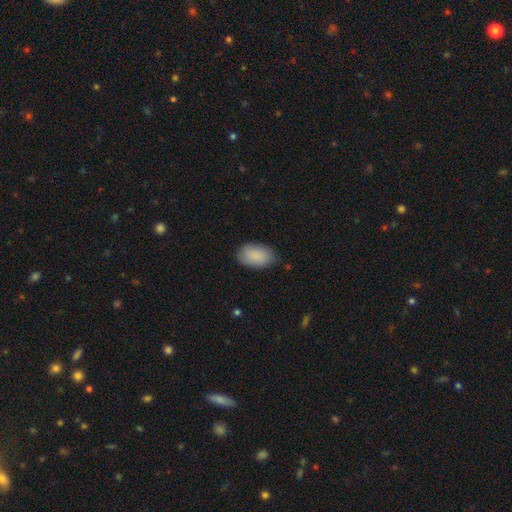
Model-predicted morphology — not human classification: smooth_or_featured: smooth (p=0.89) [alt: star or artifact p=0.06]
how_rounded: in between (p=0.93) [alt: round p=0.06]
merging: none (p=0.79) [alt: minor disturbance p=0.17]